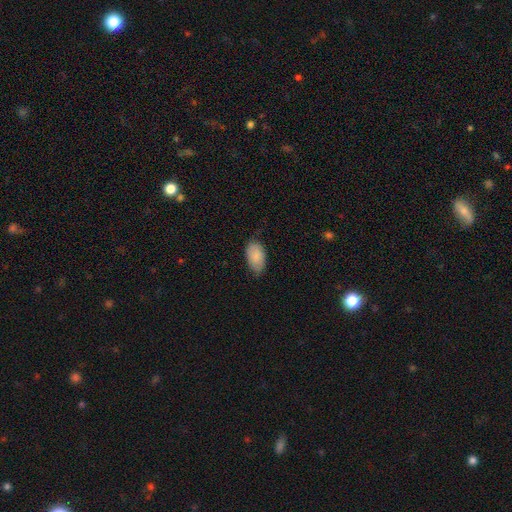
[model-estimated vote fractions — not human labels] A smooth galaxy with no disk features (86%) that is in between round and cigar-shaped (94%).

Vote fractions:
- Smooth or featured? smooth: 86% / featured or disk: 8% / star or artifact: 6%
- How rounded? in between: 94% / round: 4% / cigar-shaped: 2%
- Merging? none: 70% / minor disturbance: 25% / major disturbance: 4% / merger: 1%